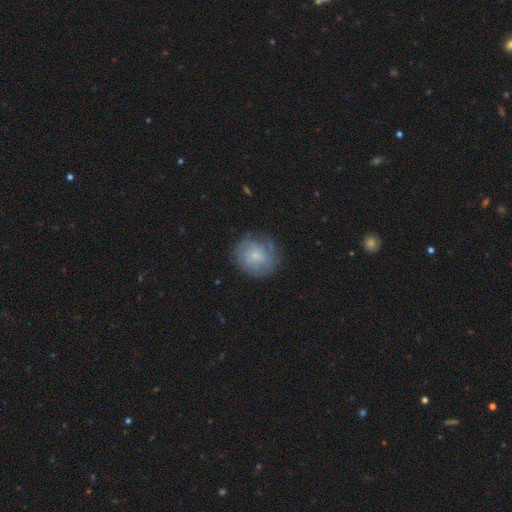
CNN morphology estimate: A featured or disk galaxy (60%) with no bar (77%), tight (60%) spiral arms (86%) and a small central bulge (69%). Merging: none (73%).